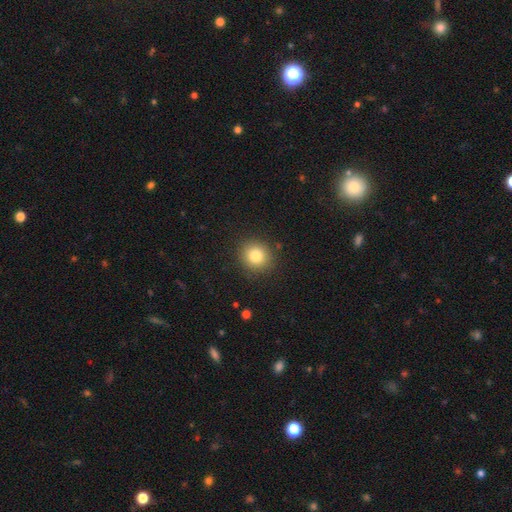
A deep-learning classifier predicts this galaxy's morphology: The model was most divided on "smooth or featured": smooth: 81%, star or artifact: 11%, featured or disk: 8%. More confident: merging — none (89%); how rounded — round (88%).